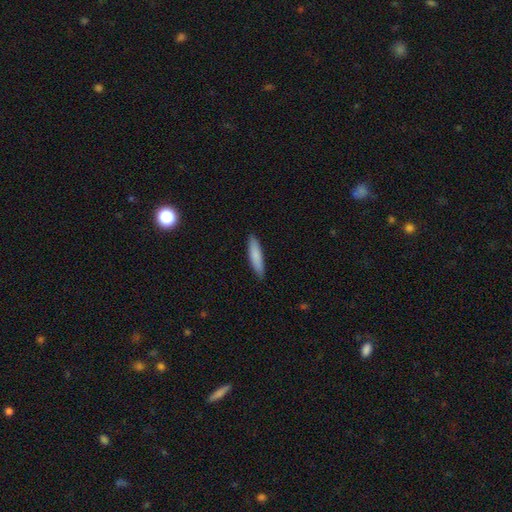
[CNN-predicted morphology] smooth 83%, featured or disk 12%, star or artifact 5%. Down the decision tree: how rounded — cigar-shaped (82%); merging — none (88%).